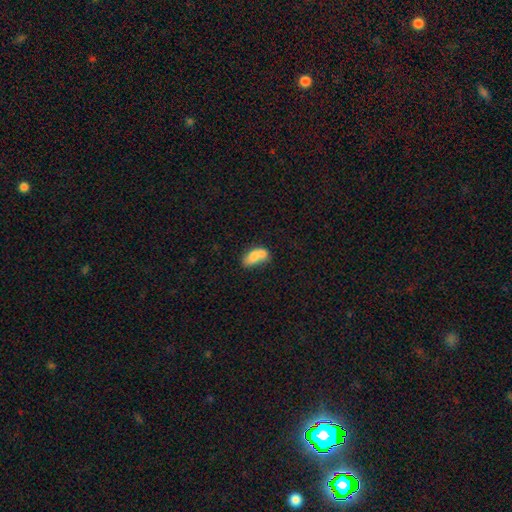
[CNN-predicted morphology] smooth 69%, featured or disk 23%, star or artifact 8%. Down the decision tree: how rounded — in between (82%); merging — merger (59%).